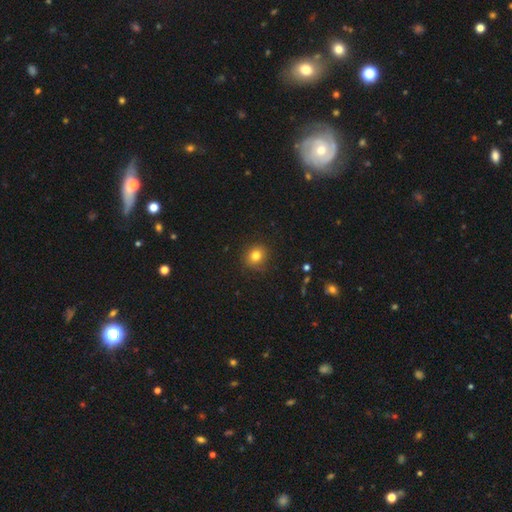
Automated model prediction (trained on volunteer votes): Q: Smooth or featured?
A: smooth (81%); runner-up: star or artifact (12%)
Q: How rounded?
A: round (83%); runner-up: in between (16%)
Q: Merging?
A: none (85%); runner-up: minor disturbance (11%)